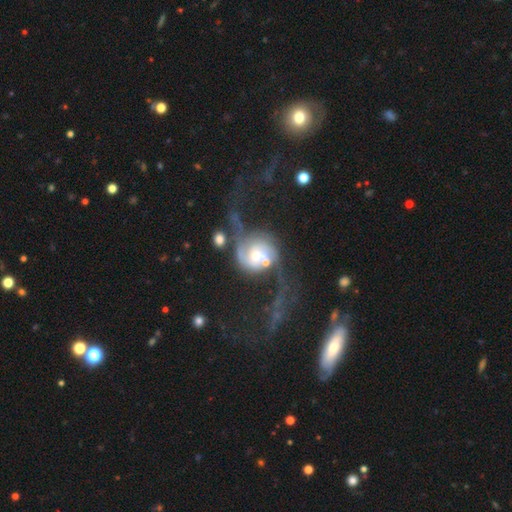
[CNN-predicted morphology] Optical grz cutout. It shows a featured or disk galaxy (80%) with no bar (56%), 2 (82%) loose (53%) spiral arms (90%) and a moderate central bulge (54%). Merging: none (31%).